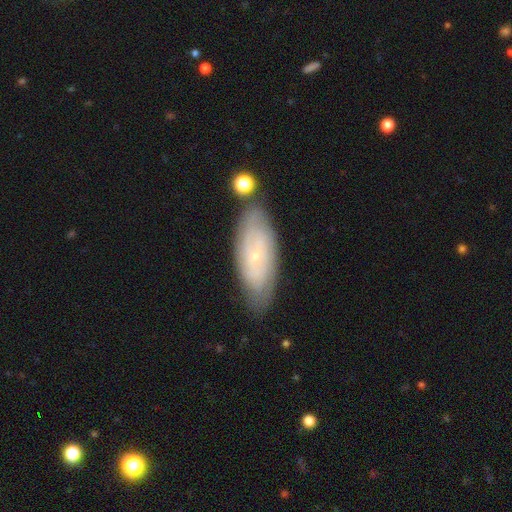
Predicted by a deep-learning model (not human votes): Overall: featured or disk (64%; smooth 29%). Edge-on disk: no (88%). Bar: no (77%). Spiral arms: yes (79%). Bulge size: small (85%). Merging: none (74%).